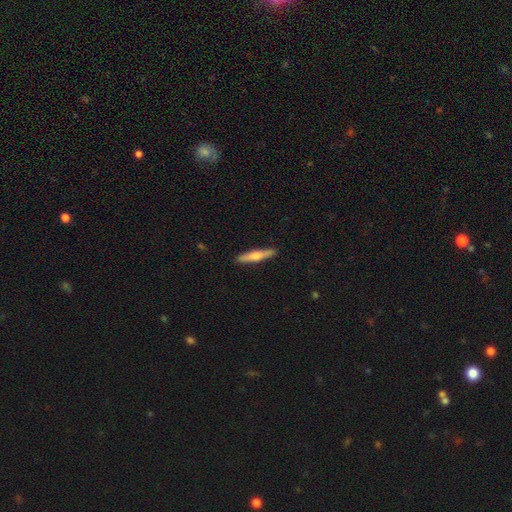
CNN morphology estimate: Smooth or featured?
  - featured or disk: 48% *
  - smooth: 46%
  - star or artifact: 5%
Merging?
  - none: 91% *
  - minor disturbance: 6%
  - major disturbance: 1%
  - merger: 1%